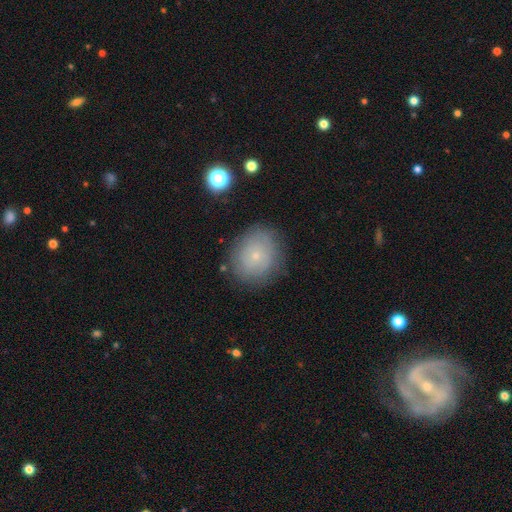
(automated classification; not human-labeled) smooth-or-featured: smooth: 60% | featured or disk: 29% | star or artifact: 11%
  how-rounded: round: 71% | in between: 28% | cigar-shaped: 1%
  merging: none: 80% | minor disturbance: 14% | major disturbance: 5% | merger: 2%